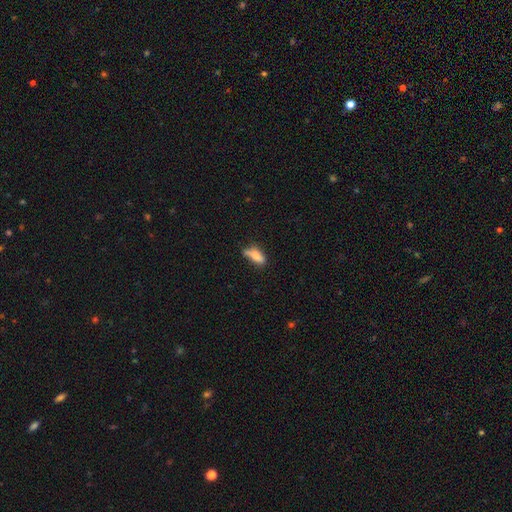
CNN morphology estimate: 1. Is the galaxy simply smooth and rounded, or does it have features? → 79% smooth, 13% featured or disk, 9% star or artifact.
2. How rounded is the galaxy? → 71% in between, 26% cigar-shaped, 3% round.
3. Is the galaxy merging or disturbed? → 44% none, 35% minor disturbance, 12% major disturbance, 9% merger.